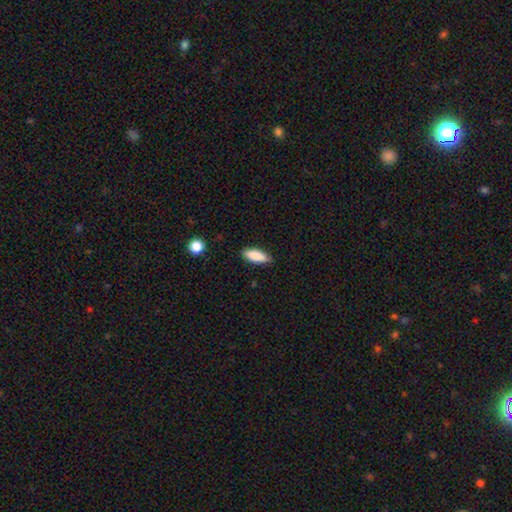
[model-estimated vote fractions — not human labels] smooth-or-featured: smooth: 86% | featured or disk: 7% | star or artifact: 6%
  how-rounded: in between: 71% | cigar-shaped: 27% | round: 2%
  merging: none: 85% | minor disturbance: 12% | major disturbance: 2% | merger: 1%